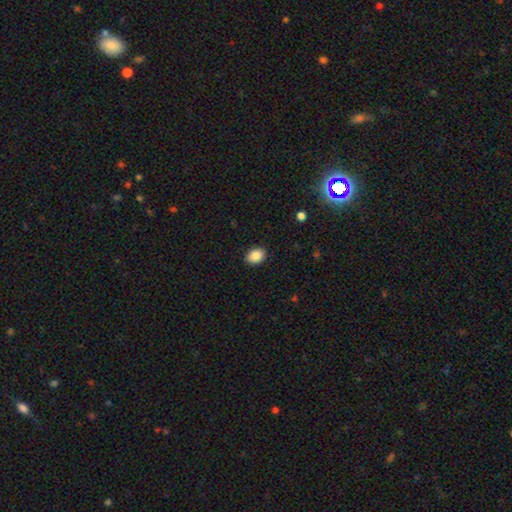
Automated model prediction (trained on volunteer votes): Smooth or featured? smooth (87%)
How rounded? in between (72%)
Merging? none (90%)